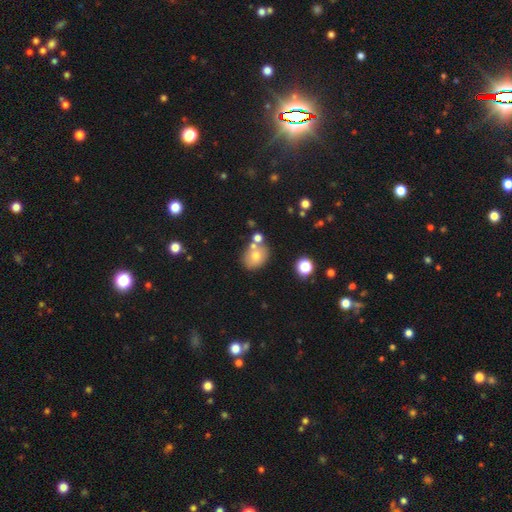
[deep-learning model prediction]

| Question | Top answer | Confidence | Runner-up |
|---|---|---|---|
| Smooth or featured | smooth | 69% | featured or disk (19%) |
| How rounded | round | 51% | in between (48%) |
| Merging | none | 64% | merger (19%) |